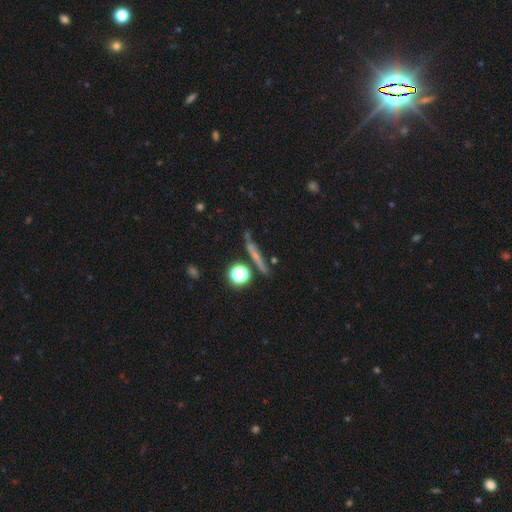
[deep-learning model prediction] smooth 44%, featured or disk 36%, star or artifact 20%. Down the decision tree: merging — none (77%).